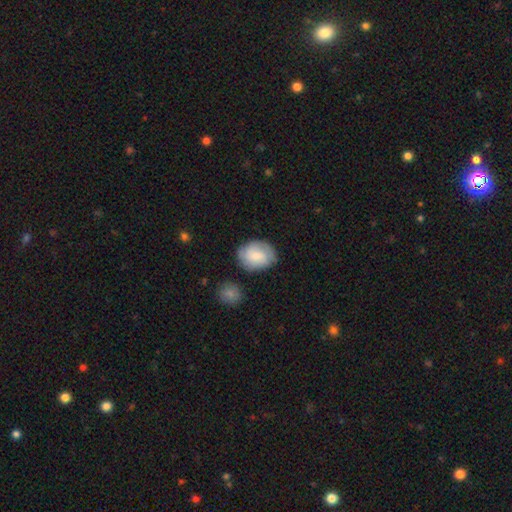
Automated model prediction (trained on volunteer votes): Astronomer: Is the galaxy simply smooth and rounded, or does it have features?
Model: smooth — 63%.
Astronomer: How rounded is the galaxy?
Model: in between — 58% (runner-up: round, 41%).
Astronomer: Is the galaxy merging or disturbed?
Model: none — 74%.